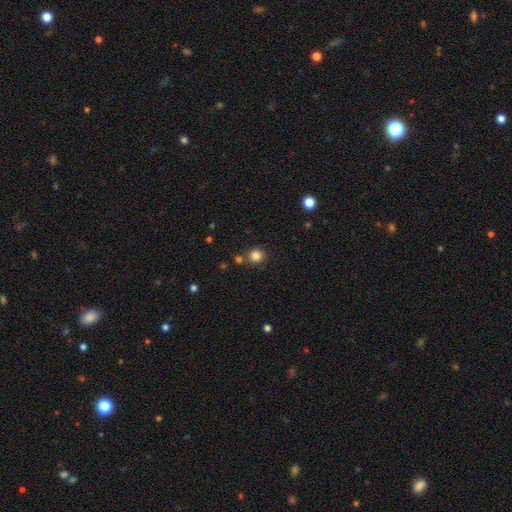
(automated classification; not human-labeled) This is clearly a smooth galaxy (83%). How rounded: clearly round (92%). Merging: clearly none (80%).